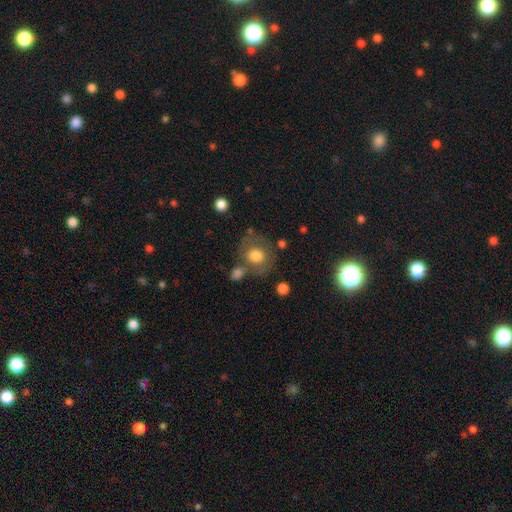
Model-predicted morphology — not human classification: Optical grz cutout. It shows a smooth galaxy with no disk features (68%) that is round (76%). Merging: none (62%).